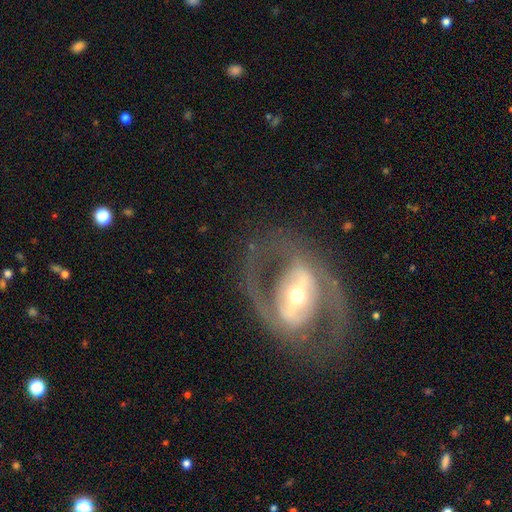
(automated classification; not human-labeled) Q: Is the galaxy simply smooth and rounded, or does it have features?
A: featured or disk — 84%.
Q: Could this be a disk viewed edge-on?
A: no — 94%.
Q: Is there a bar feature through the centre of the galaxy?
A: strong — 48%.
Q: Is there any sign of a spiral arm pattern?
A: yes — 75%.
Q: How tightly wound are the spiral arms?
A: medium — 51%.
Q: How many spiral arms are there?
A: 2 — 86%.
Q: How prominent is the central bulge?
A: moderate — 55%.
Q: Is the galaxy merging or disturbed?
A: none — 74%.